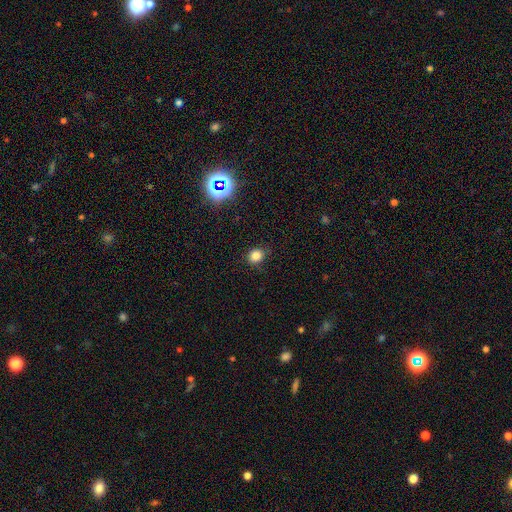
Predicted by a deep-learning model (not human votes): The model was most divided on "how rounded": round: 72%, in between: 27%, cigar-shaped: 1%. More confident: merging — none (82%); smooth or featured — smooth (80%).